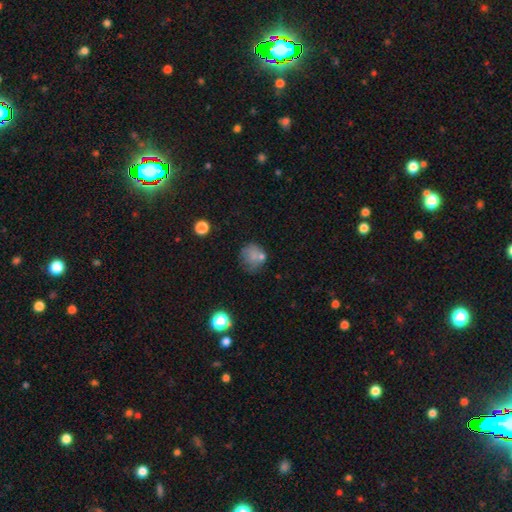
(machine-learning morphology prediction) Q: Smooth or featured?
A: smooth (71%); runner-up: featured or disk (16%)
Q: How rounded?
A: round (78%); runner-up: in between (22%)
Q: Merging?
A: none (52%); runner-up: minor disturbance (23%)